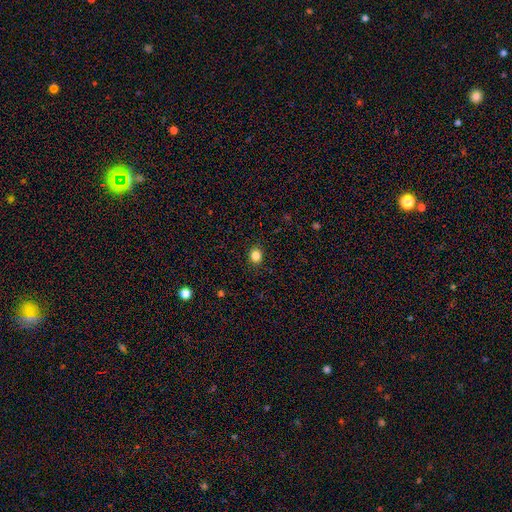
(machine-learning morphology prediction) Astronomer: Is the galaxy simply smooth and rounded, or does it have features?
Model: smooth — 84%.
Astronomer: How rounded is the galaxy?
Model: round — 72%.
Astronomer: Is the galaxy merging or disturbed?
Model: none — 91%.